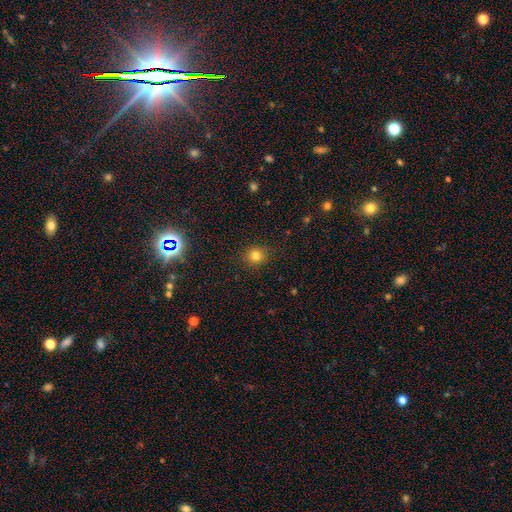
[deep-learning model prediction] A smooth galaxy with no disk features (79%) that is round (84%). Merging: none (88%).